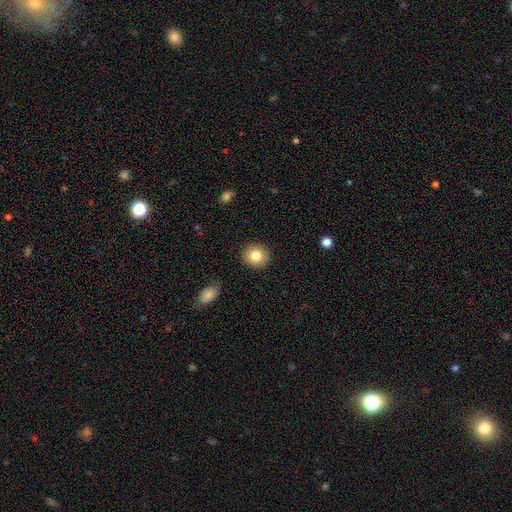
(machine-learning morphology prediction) smooth 81%, featured or disk 10%, star or artifact 9%. Down the decision tree: how rounded — round (83%); merging — none (90%).